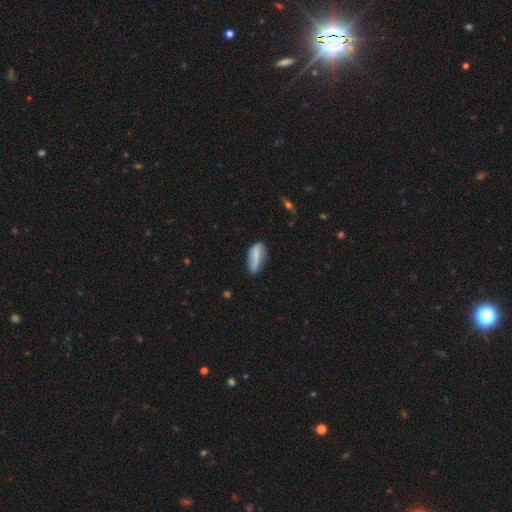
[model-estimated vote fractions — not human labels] This appears to be a smooth galaxy with no disk features (64%) that is in between round and cigar-shaped (72%). Merging: none (64%).